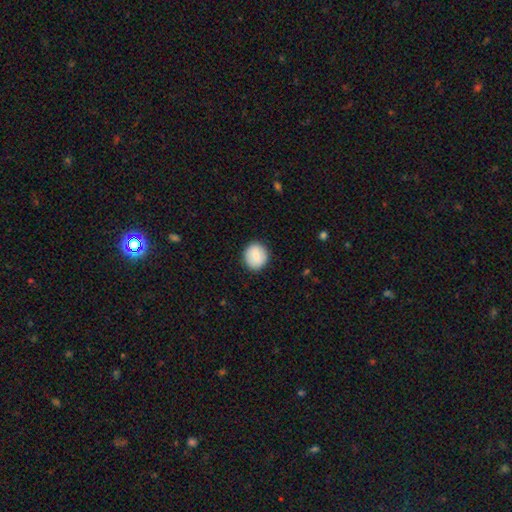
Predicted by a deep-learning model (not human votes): Morphology: type=smooth (79%); roundness=round (83%); merging=none (89%).